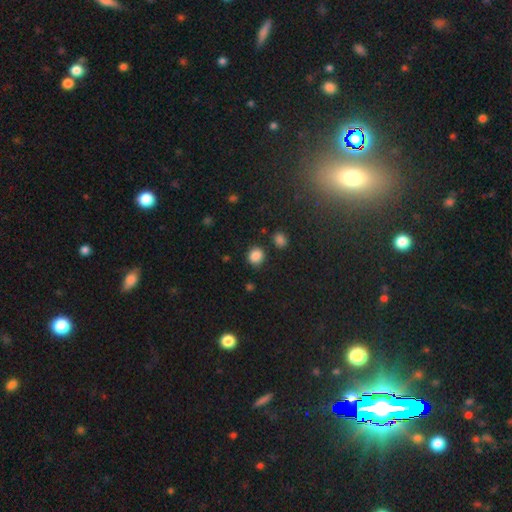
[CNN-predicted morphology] A smooth galaxy with no disk features (85%) that is round (79%).

Vote fractions:
- Smooth or featured? smooth: 85% / star or artifact: 11% / featured or disk: 4%
- How rounded? round: 79% / in between: 20% / cigar-shaped: 1%
- Merging? none: 81% / minor disturbance: 11% / merger: 4% / major disturbance: 3%